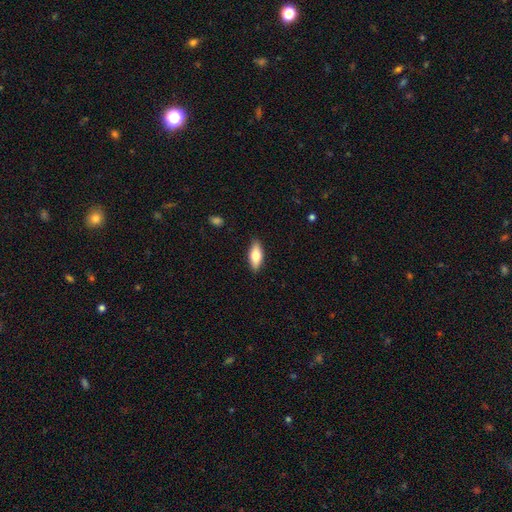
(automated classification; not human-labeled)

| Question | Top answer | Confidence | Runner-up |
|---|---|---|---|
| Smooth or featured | smooth | 72% | featured or disk (22%) |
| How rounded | in between | 77% | cigar-shaped (21%) |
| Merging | none | 87% | minor disturbance (10%) |